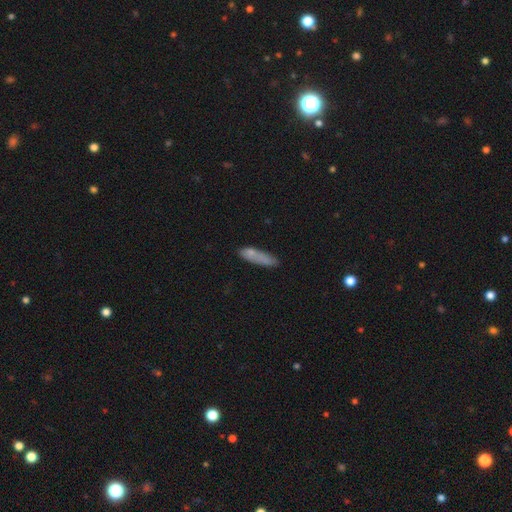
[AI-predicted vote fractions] The model was most divided on "how rounded": cigar-shaped: 71%, in between: 27%, round: 3%. More confident: smooth or featured — smooth (75%); merging — none (68%).